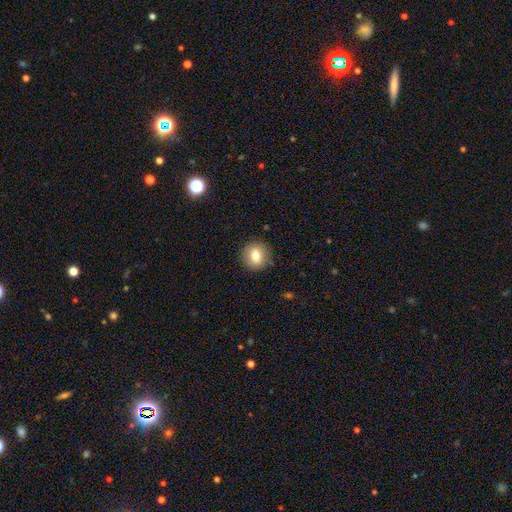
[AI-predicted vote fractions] The model was most divided on "smooth or featured": smooth: 78%, featured or disk: 13%, star or artifact: 9%. More confident: merging — none (89%); how rounded — round (88%).